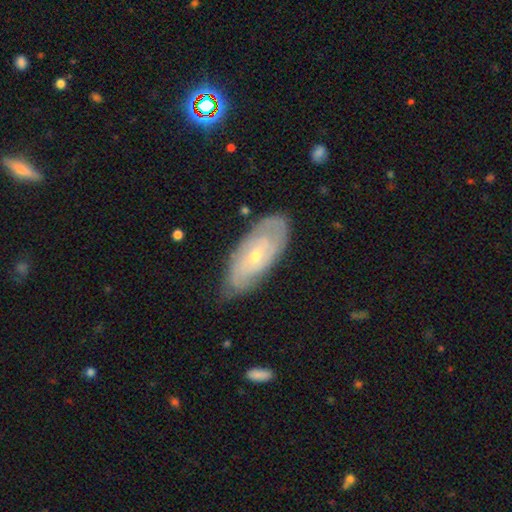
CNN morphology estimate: This is likely a featured or disk galaxy (74%). It is clearly not viewed edge-on (90%). Bar: likely no (71%). Spiral arm pattern: clearly yes (85%). Spiral arm count: possibly can't tell (48%). Spiral winding: likely tight (69%). Central bulge: likely small (62%). Merging: likely none (73%).